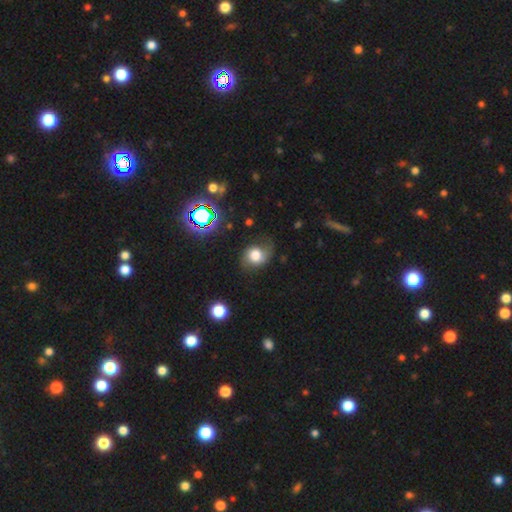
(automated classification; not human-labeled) Overall: smooth (56%; featured or disk 33%). How rounded: round (59%; in between 41%). Merging: none (54%; minor disturbance 27%).